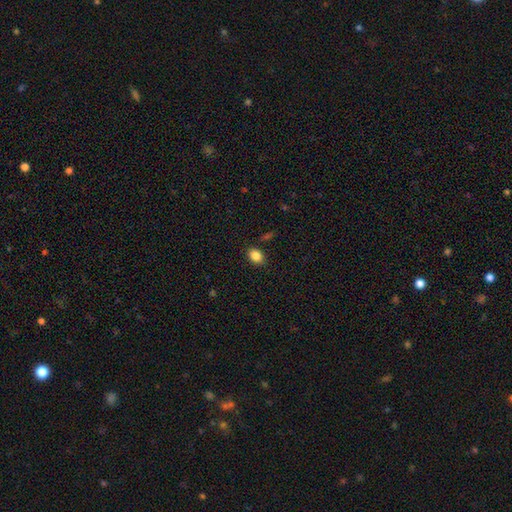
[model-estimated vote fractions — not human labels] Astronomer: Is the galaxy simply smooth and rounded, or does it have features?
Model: smooth — 85%.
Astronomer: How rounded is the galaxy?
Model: in between — 70%.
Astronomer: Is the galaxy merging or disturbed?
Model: none — 87%.